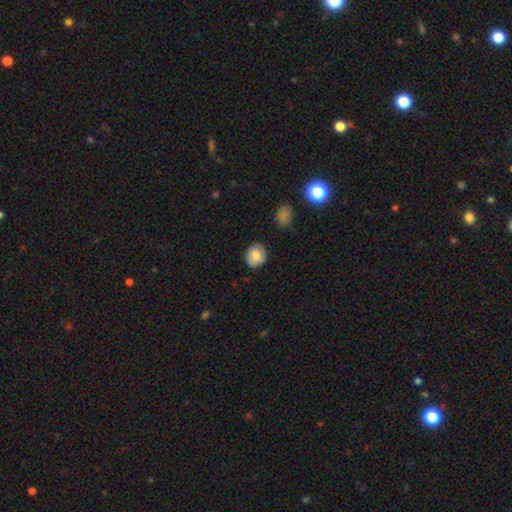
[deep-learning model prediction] This appears to be a smooth galaxy with no disk features (82%) that is round (84%). Merging: none (84%).